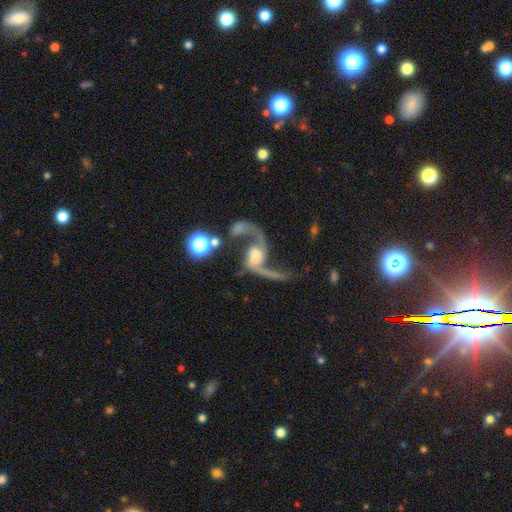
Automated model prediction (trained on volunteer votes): Q: Smooth or featured?
A: featured or disk (87%); runner-up: star or artifact (6%)
Q: Edge-on disk?
A: no (96%); runner-up: yes (4%)
Q: Bar?
A: no (55%); runner-up: weak (32%)
Q: Spiral arms?
A: yes (95%); runner-up: no (5%)
Q: Spiral winding?
A: loose (87%); runner-up: medium (11%)
Q: Spiral arm count?
A: 2 (92%); runner-up: 1 (4%)
Q: Bulge size?
A: moderate (52%); runner-up: small (27%)
Q: Merging?
A: none (45%); runner-up: major disturbance (23%)